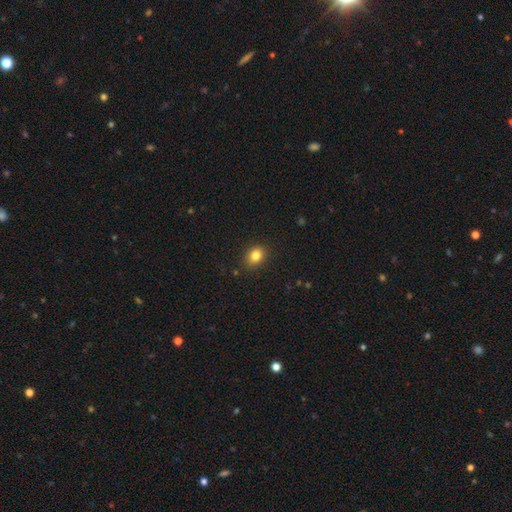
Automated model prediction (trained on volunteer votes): Smooth or featured? Predicted: smooth (p=0.83). How rounded? Predicted: in between (p=0.57). Merging? Predicted: none (p=0.87).